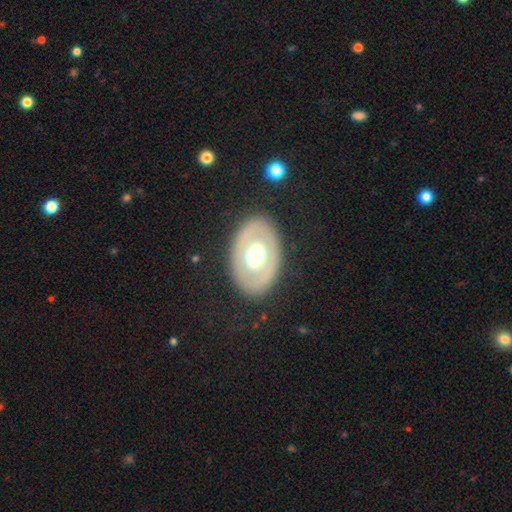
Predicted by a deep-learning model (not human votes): Morphology: type=featured or disk (50%); merging=none (84%).